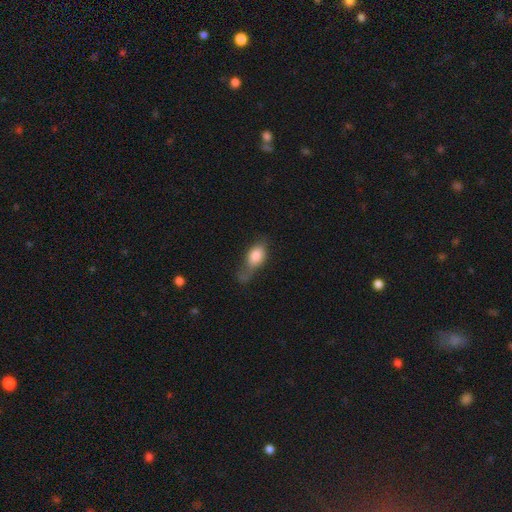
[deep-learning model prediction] smooth-or-featured: smooth: 79% | featured or disk: 14% | star or artifact: 7%
  how-rounded: in between: 82% | round: 11% | cigar-shaped: 6%
  merging: minor disturbance: 32% | major disturbance: 31% | none: 30% | merger: 8%